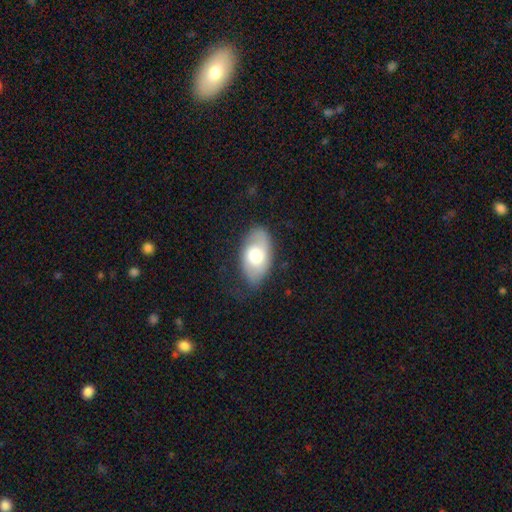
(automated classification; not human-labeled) Smooth or featured: smooth — 61% (featured or disk — 33%)
How rounded: in between — 93% (round — 6%)
Merging: none — 60% (minor disturbance — 28%)